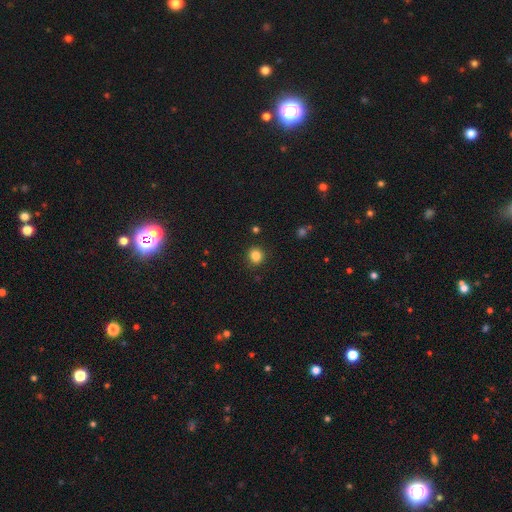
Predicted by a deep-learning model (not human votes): smooth 84%, star or artifact 12%, featured or disk 5%. Down the decision tree: how rounded — round (86%); merging — none (89%).